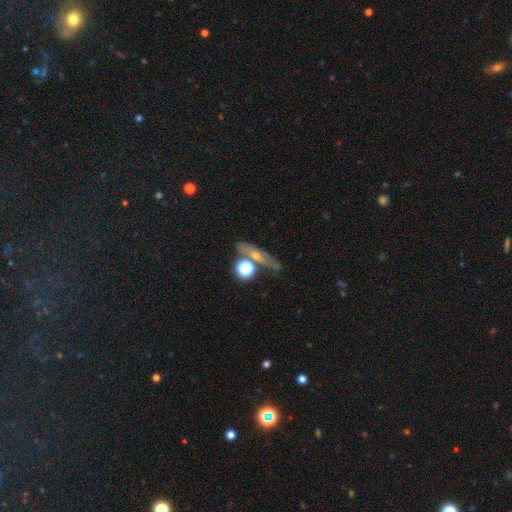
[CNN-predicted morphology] Smooth or featured? featured or disk (46%)
Merging? none (68%)